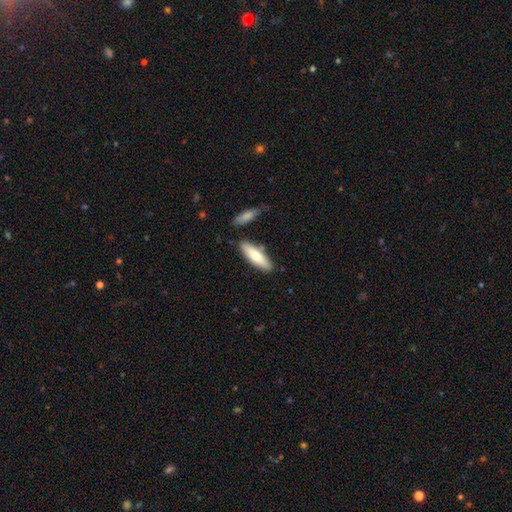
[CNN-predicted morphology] smooth_or_featured: smooth (p=0.72) [alt: featured or disk p=0.23]
how_rounded: cigar-shaped (p=0.51) [alt: in between p=0.47]
merging: none (p=0.80) [alt: minor disturbance p=0.12]